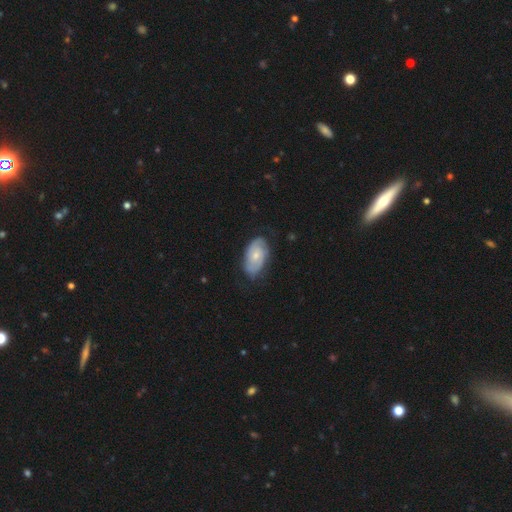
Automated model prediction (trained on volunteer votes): Smooth or featured? featured or disk (59%)
Edge-on disk? no (95%)
Bar? no (71%)
Spiral arms? yes (84%)
Bulge size? small (50%)
Merging? none (72%)